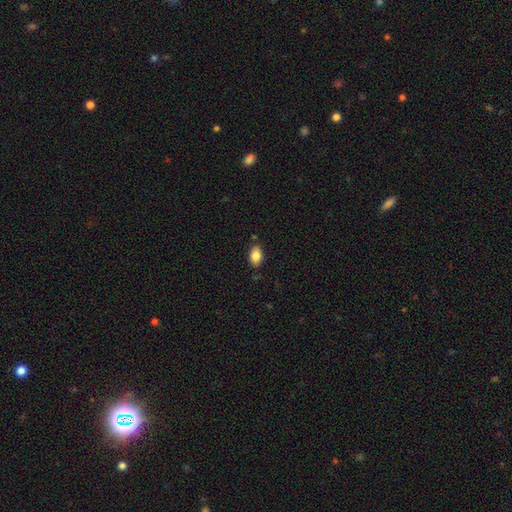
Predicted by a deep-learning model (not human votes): smooth-or-featured: smooth: 85% | star or artifact: 8% | featured or disk: 7%
  how-rounded: in between: 89% | round: 9% | cigar-shaped: 2%
  merging: none: 84% | minor disturbance: 12% | merger: 2% | major disturbance: 2%